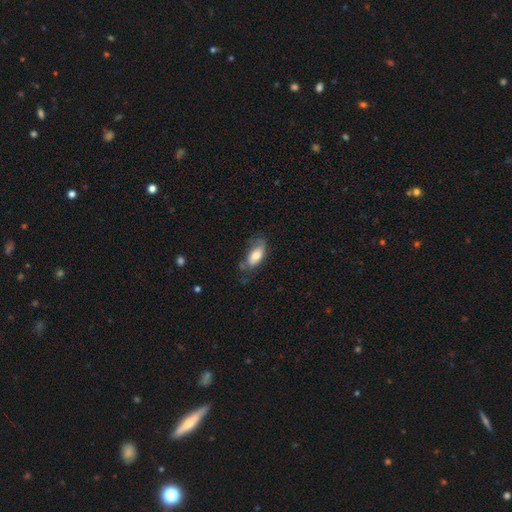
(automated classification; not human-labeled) A smooth galaxy with no disk features (72%) that is in between round and cigar-shaped (86%).

Vote fractions:
- Smooth or featured? smooth: 72% / featured or disk: 22% / star or artifact: 7%
- How rounded? in between: 86% / cigar-shaped: 11% / round: 3%
- Merging? none: 46% / minor disturbance: 33% / major disturbance: 18% / merger: 3%